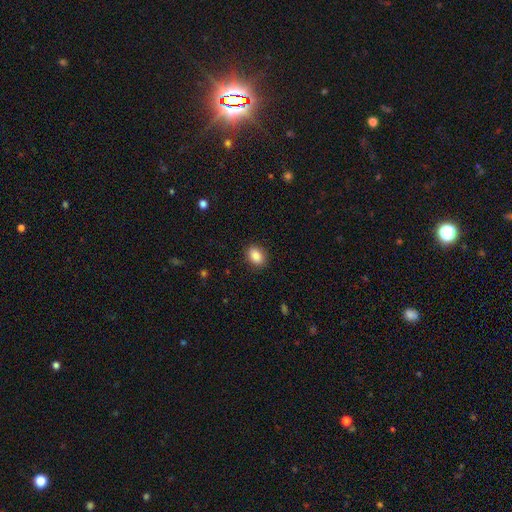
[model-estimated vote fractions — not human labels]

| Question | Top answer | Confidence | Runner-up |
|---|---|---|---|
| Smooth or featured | smooth | 88% | star or artifact (8%) |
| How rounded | in between | 78% | round (20%) |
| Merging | none | 88% | minor disturbance (8%) |